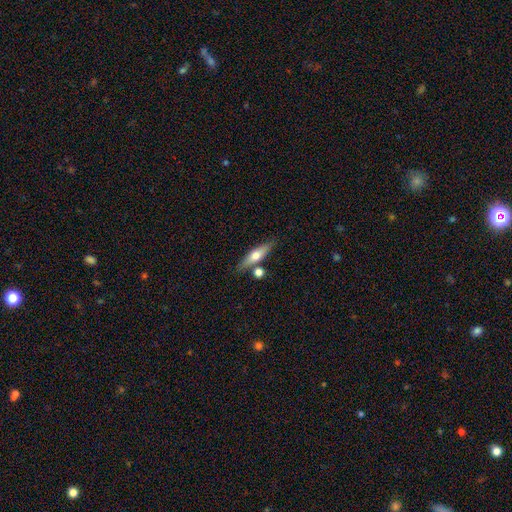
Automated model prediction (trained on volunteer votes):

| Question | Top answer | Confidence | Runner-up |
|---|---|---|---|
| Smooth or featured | smooth | 52% | featured or disk (41%) |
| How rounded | cigar-shaped | 67% | in between (29%) |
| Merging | none | 72% | merger (13%) |